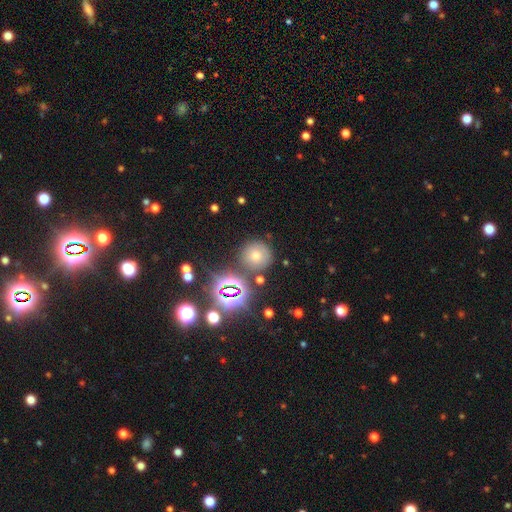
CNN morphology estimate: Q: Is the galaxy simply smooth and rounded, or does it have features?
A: smooth — 46%.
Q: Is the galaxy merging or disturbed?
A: none — 82%.